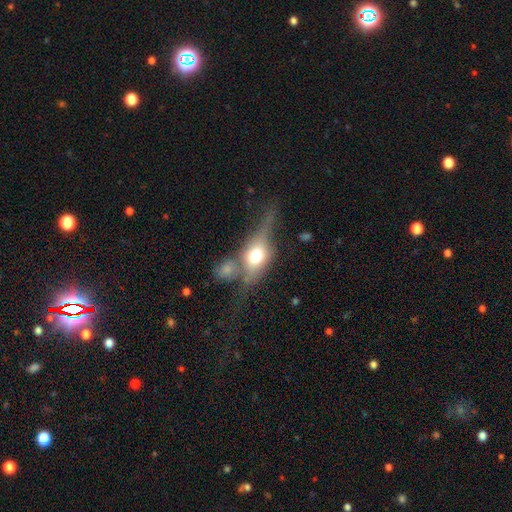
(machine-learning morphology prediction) Smooth or featured? Predicted: featured or disk (p=0.58). Edge-on disk? Predicted: yes (p=0.85). Merging? Predicted: none (p=0.50).